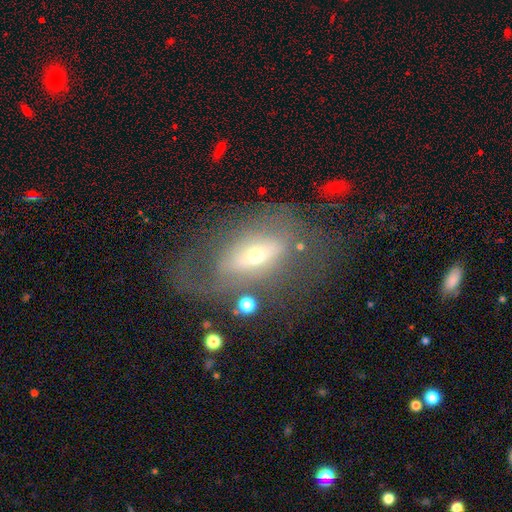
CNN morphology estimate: Smooth or featured: featured or disk — 61% (smooth — 29%)
Edge-on disk: no — 82% (yes — 18%)
Merging: none — 51% (major disturbance — 25%)